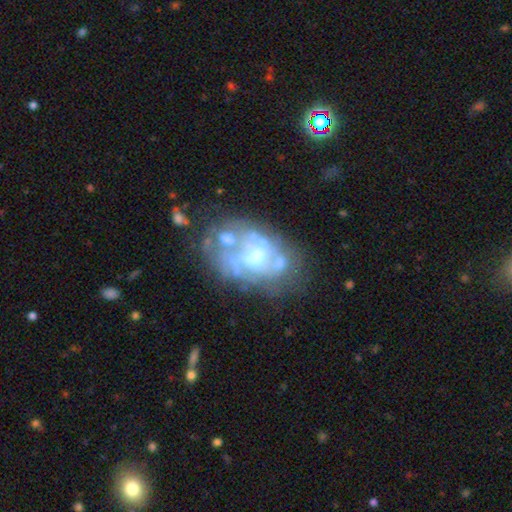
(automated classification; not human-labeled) featured or disk 74%, smooth 15%, star or artifact 10%. Down the decision tree: edge-on disk — no (97%); bar — no (70%); spiral arms — no (66%); bulge size — moderate (46%); merging — none (41%).